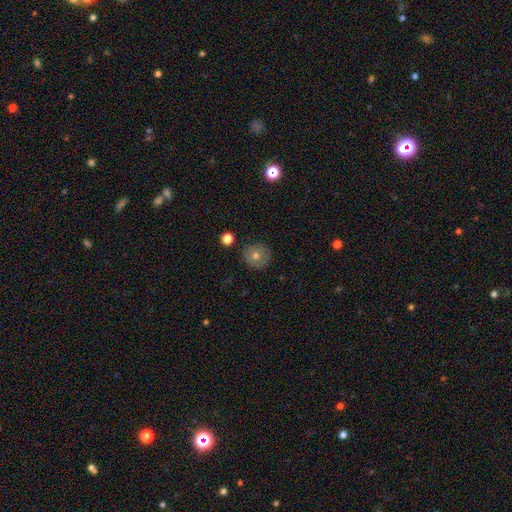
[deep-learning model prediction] A smooth galaxy with no disk features (70%) that is round (94%).

Vote fractions:
- Smooth or featured? smooth: 70% / featured or disk: 18% / star or artifact: 11%
- How rounded? round: 94% / in between: 5% / cigar-shaped: 1%
- Merging? none: 88% / minor disturbance: 8% / major disturbance: 2% / merger: 2%